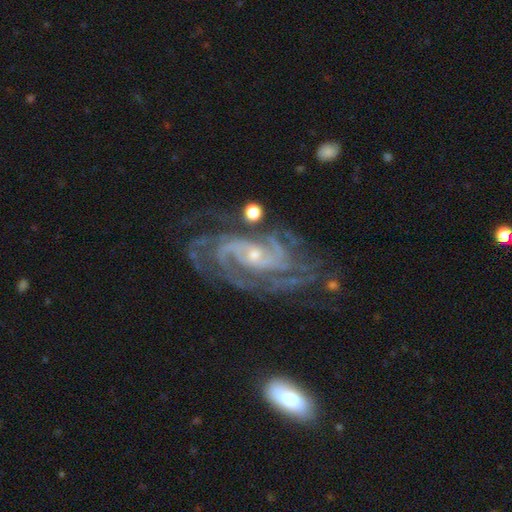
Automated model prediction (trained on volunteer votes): A featured or disk galaxy (92%) with no bar (47%), 2 (37%) tight (65%) spiral arms (98%) and a small central bulge (74%).

Vote fractions:
- Smooth or featured? featured or disk: 92% / star or artifact: 5% / smooth: 3%
- Edge-on disk? no: 97% / yes: 3%
- Bar? no: 47% / weak: 36% / strong: 17%
- Spiral arms? yes: 98% / no: 2%
- Spiral winding? tight: 65% / medium: 31% / loose: 5%
- Spiral arm count? 2: 37% / 3: 24% / can't tell: 13% / 4: 13% / more than 4: 7% / 1: 6%
- Bulge size? small: 74% / moderate: 22% / none: 2% / large: 1% / dominant: 1%
- Merging? none: 66% / minor disturbance: 19% / major disturbance: 11% / merger: 4%